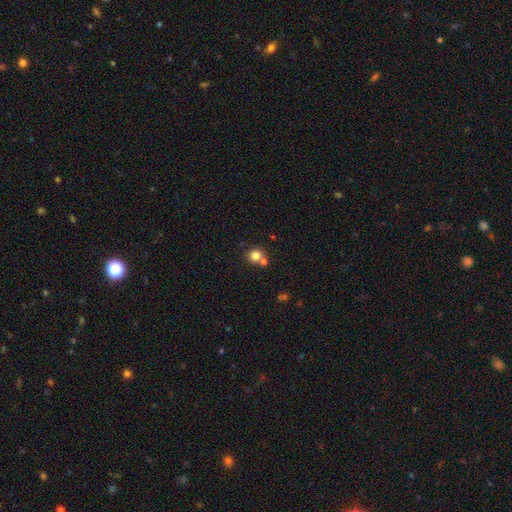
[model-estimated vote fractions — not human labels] Overall: smooth (80%). How rounded: round (89%). Merging: none (59%; merger 31%).